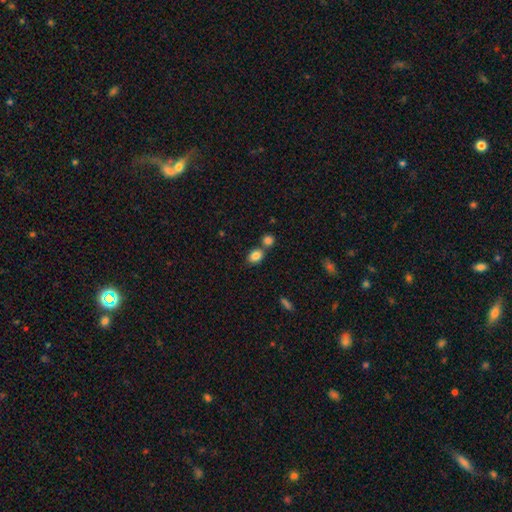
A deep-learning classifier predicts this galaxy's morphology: smooth 84%, star or artifact 9%, featured or disk 7%. Down the decision tree: how rounded — in between (68%); merging — none (57%).